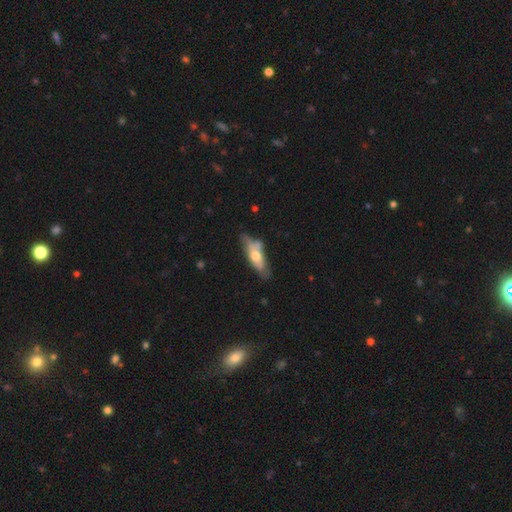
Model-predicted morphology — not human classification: smooth_or_featured: smooth (p=0.49) [alt: featured or disk p=0.46]
merging: none (p=0.50) [alt: minor disturbance p=0.27]